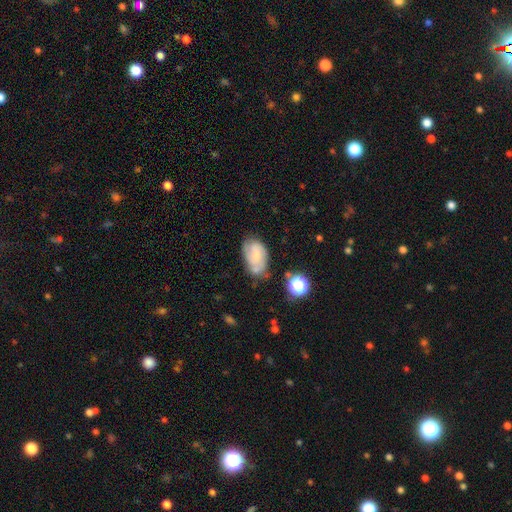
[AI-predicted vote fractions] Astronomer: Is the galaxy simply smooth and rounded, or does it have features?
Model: smooth — 46% (runner-up: featured or disk, 45%).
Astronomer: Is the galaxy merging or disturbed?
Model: none — 47% (runner-up: minor disturbance, 30%).